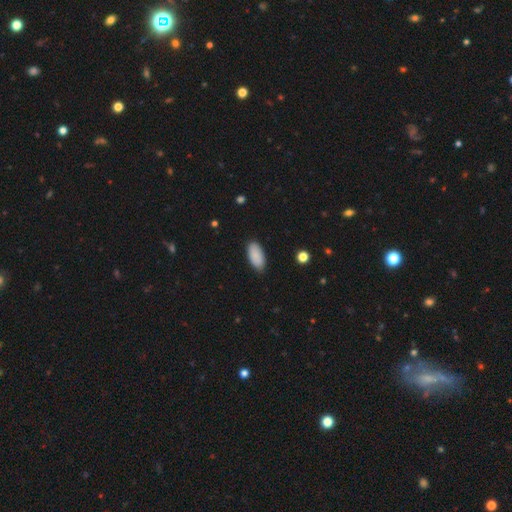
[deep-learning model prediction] smooth_or_featured: smooth (p=0.89) [alt: star or artifact p=0.06]
how_rounded: in between (p=0.92) [alt: cigar-shaped p=0.06]
merging: none (p=0.85) [alt: minor disturbance p=0.11]